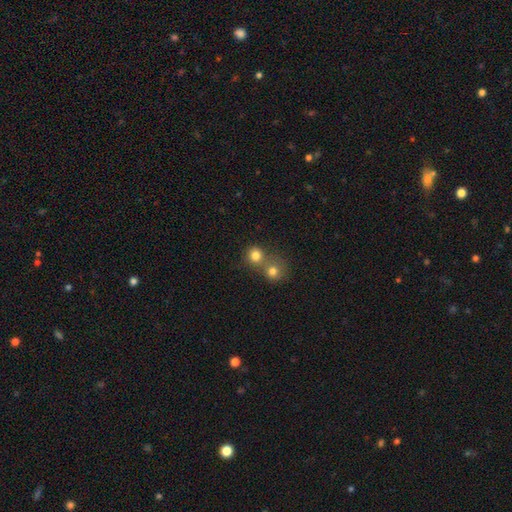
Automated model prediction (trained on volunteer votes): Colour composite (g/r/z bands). It shows a smooth galaxy with no disk features (80%) that is round (88%). Merging: none (49%).